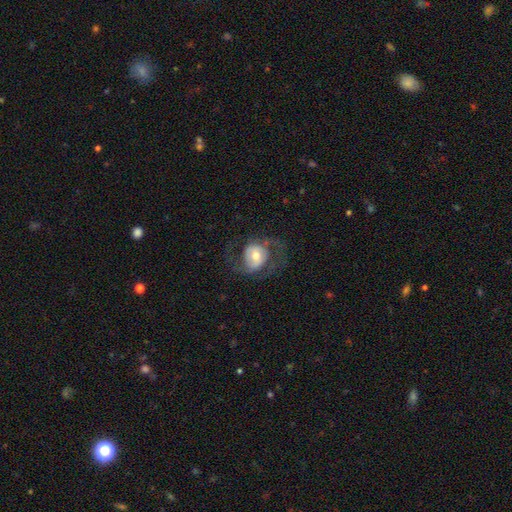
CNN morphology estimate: Smooth or featured? featured or disk (64%)
Edge-on disk? no (97%)
Bar? no (55%)
Spiral arms? yes (76%)
Bulge size? moderate (66%)
Merging? none (58%)